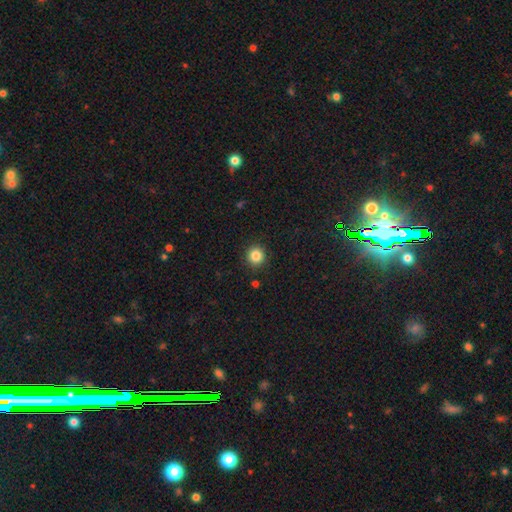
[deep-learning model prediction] Smooth or featured?
  - smooth: 85% *
  - star or artifact: 11%
  - featured or disk: 5%
How rounded?
  - round: 94% *
  - in between: 5%
  - cigar-shaped: 1%
Merging?
  - none: 91% *
  - minor disturbance: 6%
  - major disturbance: 2%
  - merger: 1%